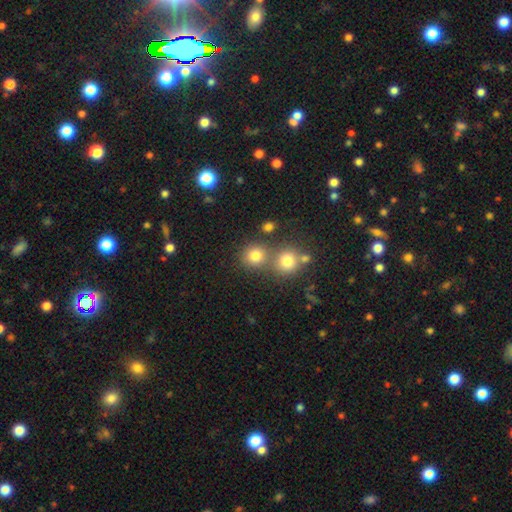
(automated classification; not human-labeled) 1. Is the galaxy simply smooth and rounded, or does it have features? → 79% smooth, 14% star or artifact, 7% featured or disk.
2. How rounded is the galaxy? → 86% round, 13% in between, 1% cigar-shaped.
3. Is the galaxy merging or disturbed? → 61% none, 27% merger, 8% minor disturbance, 4% major disturbance.